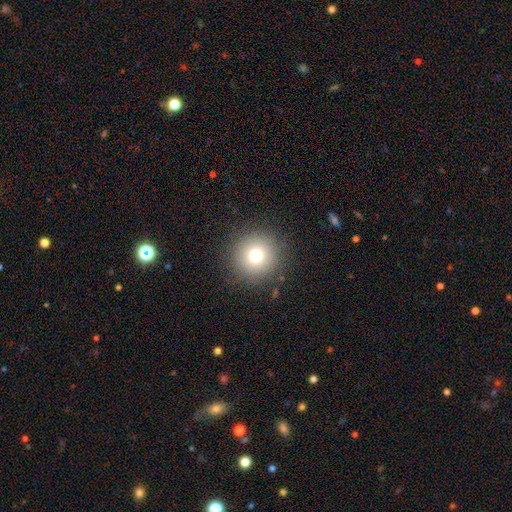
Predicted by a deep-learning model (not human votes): Smooth or featured? smooth (74%)
How rounded? round (95%)
Merging? none (89%)